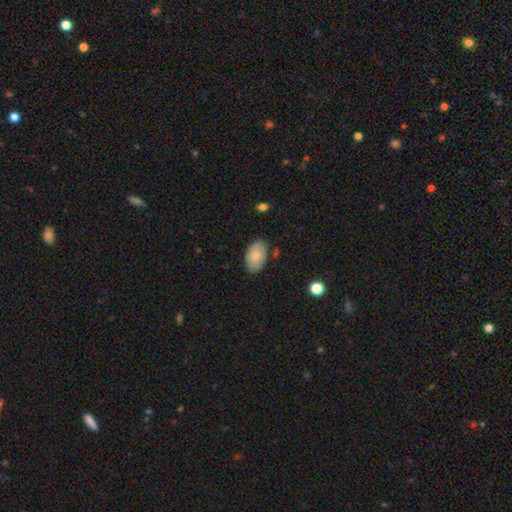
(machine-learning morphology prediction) This appears to be a smooth galaxy with no disk features (78%) that is in between round and cigar-shaped (93%). Merging: none (81%).